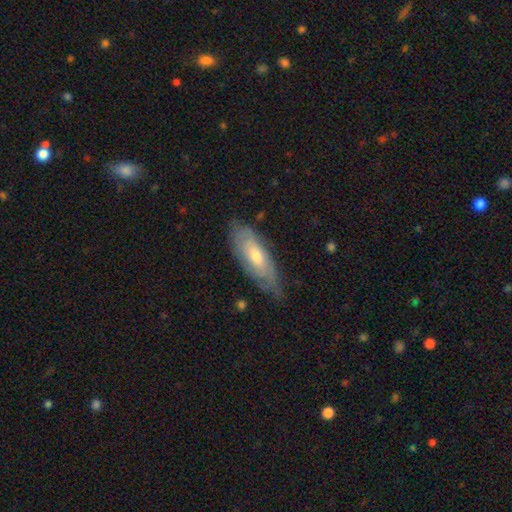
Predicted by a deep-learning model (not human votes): Smooth or featured? featured or disk (53%)
Edge-on disk? no (77%)
Merging? none (65%)